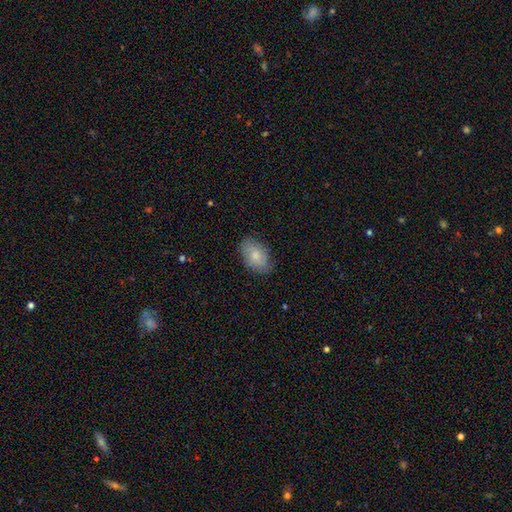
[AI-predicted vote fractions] A smooth galaxy with no disk features (75%) that is in between round and cigar-shaped (90%).

Vote fractions:
- Smooth or featured? smooth: 75% / featured or disk: 18% / star or artifact: 7%
- How rounded? in between: 90% / round: 9% / cigar-shaped: 1%
- Merging? none: 81% / minor disturbance: 15% / major disturbance: 3% / merger: 1%